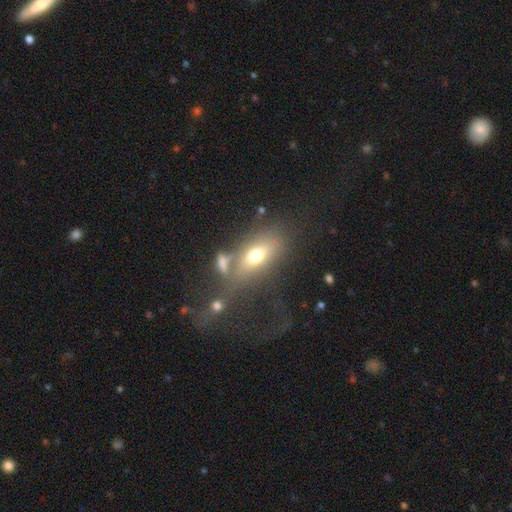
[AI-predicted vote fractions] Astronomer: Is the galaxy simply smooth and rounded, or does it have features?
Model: smooth — 65%.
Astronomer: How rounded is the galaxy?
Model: in between — 80%.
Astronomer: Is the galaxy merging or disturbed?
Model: none — 50%.